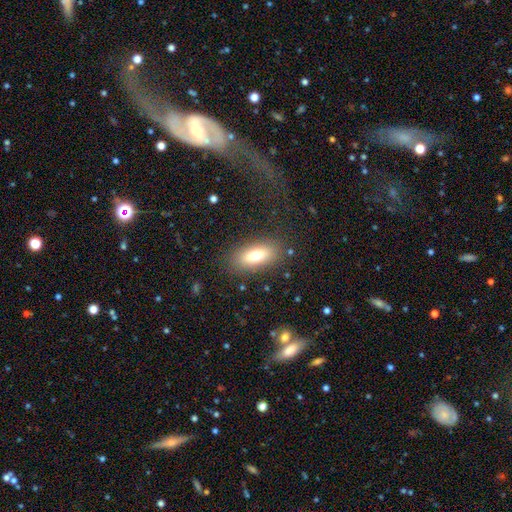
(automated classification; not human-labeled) Q: Smooth or featured?
A: smooth (73%); runner-up: featured or disk (18%)
Q: How rounded?
A: in between (82%); runner-up: cigar-shaped (13%)
Q: Merging?
A: none (84%); runner-up: minor disturbance (10%)